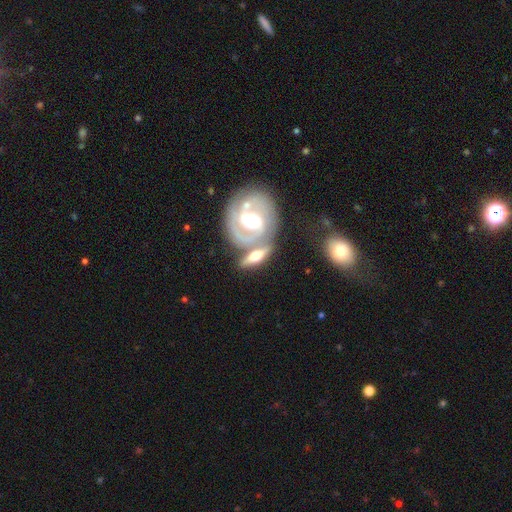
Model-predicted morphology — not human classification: Overall: featured or disk (65%; smooth 30%). Edge-on disk: no (60%; yes 40%). Merging: none (44%; merger 37%).